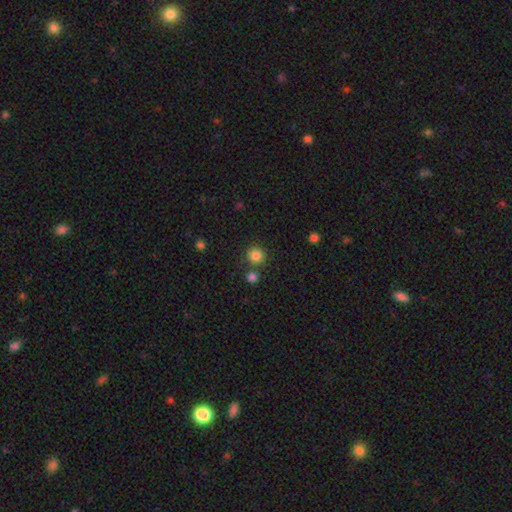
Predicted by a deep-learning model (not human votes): Smooth or featured? Predicted: smooth (p=0.84). How rounded? Predicted: round (p=0.92). Merging? Predicted: none (p=0.78).